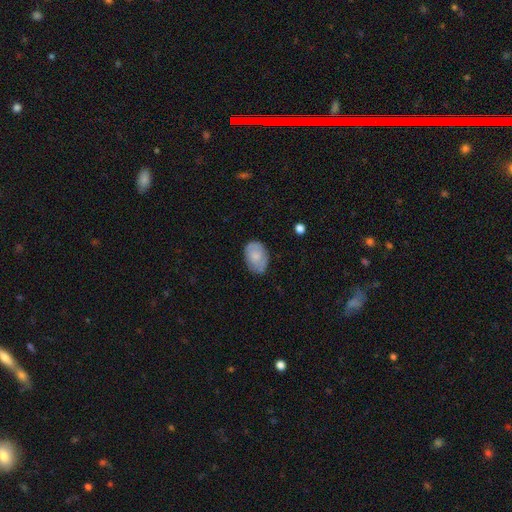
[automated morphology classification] type=smooth (68%); roundness=in between (83%); merging=none (64%).